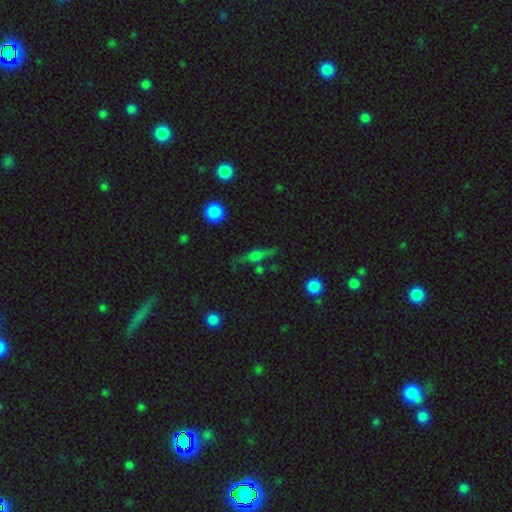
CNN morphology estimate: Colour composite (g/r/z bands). It shows a featured or disk galaxy (52%) viewed edge-on (85%). Merging: none (68%).